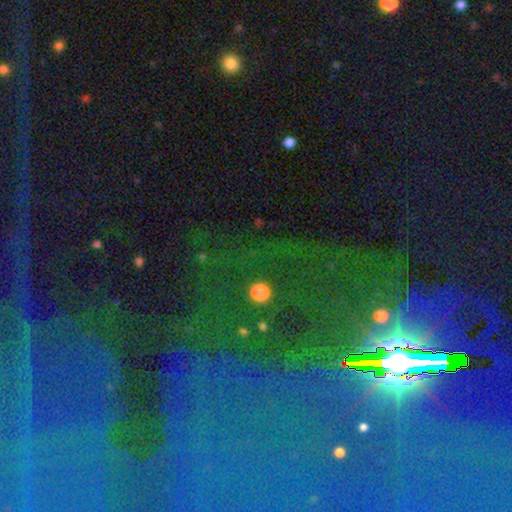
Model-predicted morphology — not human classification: Smooth or featured: star or artifact — 77% (featured or disk — 14%)